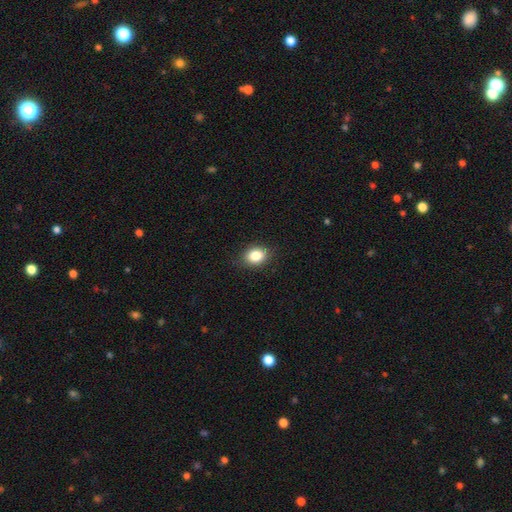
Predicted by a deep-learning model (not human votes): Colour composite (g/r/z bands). It shows a smooth galaxy with no disk features (84%) that is in between round and cigar-shaped (58%). Merging: none (86%).